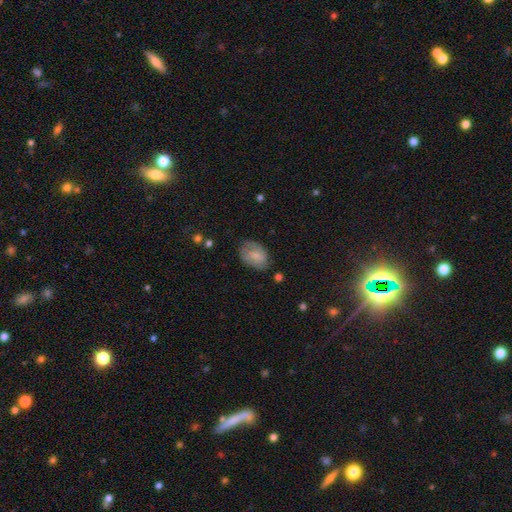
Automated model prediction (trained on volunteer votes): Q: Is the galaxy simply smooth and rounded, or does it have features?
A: smooth — 64%.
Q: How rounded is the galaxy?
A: in between — 83%.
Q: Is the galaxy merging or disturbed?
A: none — 62%.